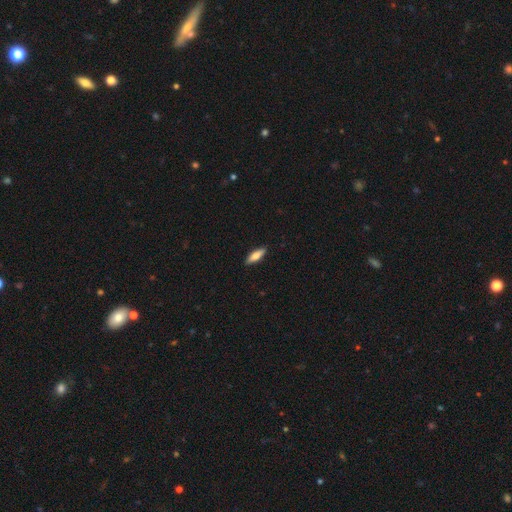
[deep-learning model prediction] Q: Smooth or featured?
A: smooth (70%); runner-up: featured or disk (24%)
Q: How rounded?
A: in between (50%); runner-up: cigar-shaped (48%)
Q: Merging?
A: none (90%); runner-up: minor disturbance (8%)